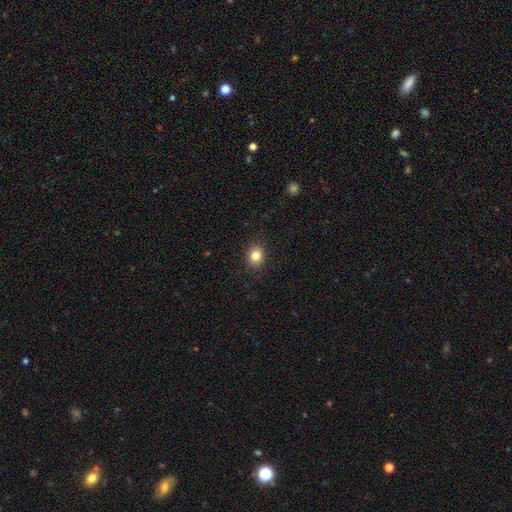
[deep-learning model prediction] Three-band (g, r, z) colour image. It shows a smooth galaxy with no disk features (82%) that is round (57%). Merging: none (89%).